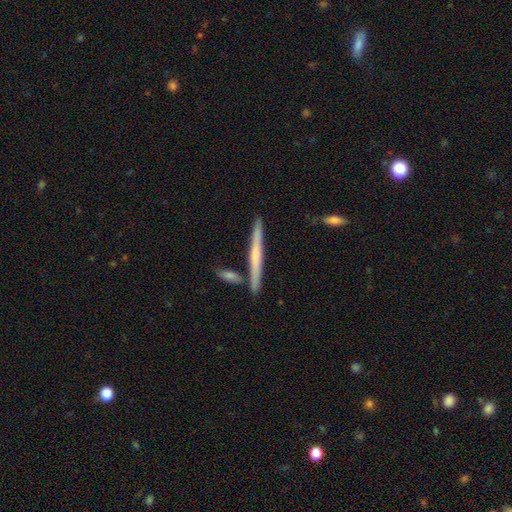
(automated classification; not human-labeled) This is possibly a featured or disk galaxy (52%). It is clearly viewed edge-on (96%). Edge-on bulge: likely none (63%). Merging: clearly none (83%).